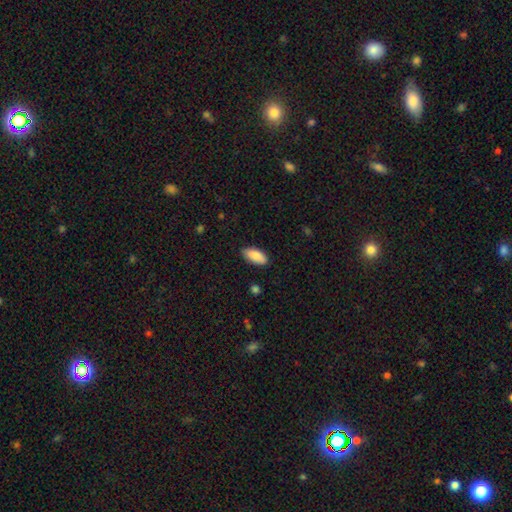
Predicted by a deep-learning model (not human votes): Smooth or featured: smooth — 87% (featured or disk — 7%)
How rounded: in between — 89% (cigar-shaped — 9%)
Merging: none — 87% (minor disturbance — 10%)